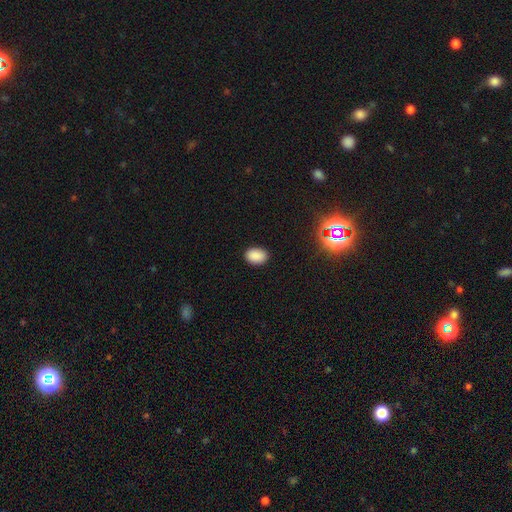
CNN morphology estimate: type=smooth (88%); roundness=in between (83%); merging=none (87%).